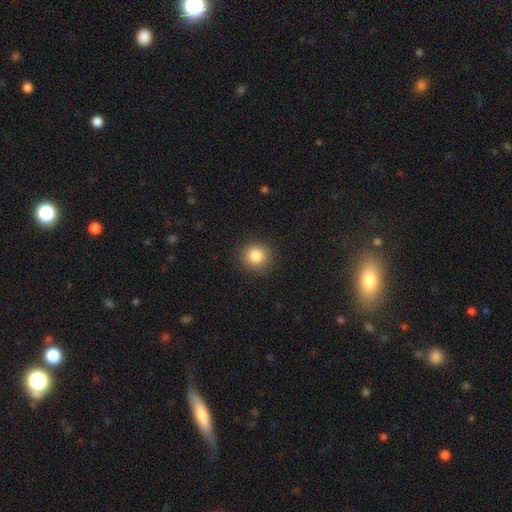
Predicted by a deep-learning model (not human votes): A smooth galaxy with no disk features (84%) that is round (90%).

Vote fractions:
- Smooth or featured? smooth: 84% / star or artifact: 10% / featured or disk: 5%
- How rounded? round: 90% / in between: 9% / cigar-shaped: 1%
- Merging? none: 90% / minor disturbance: 6% / major disturbance: 2% / merger: 1%